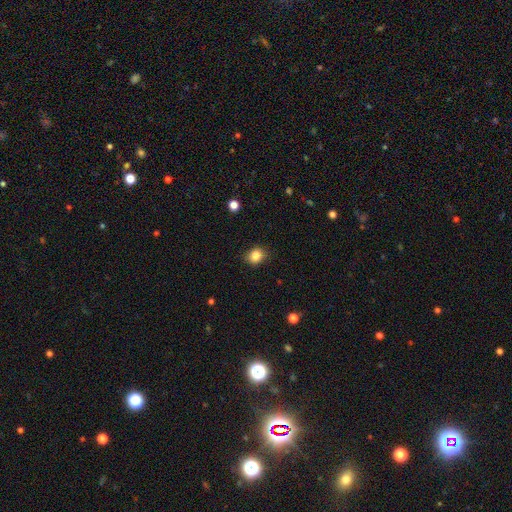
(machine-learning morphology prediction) Overall: smooth (85%). How rounded: round (63%; in between 36%). Merging: none (84%).